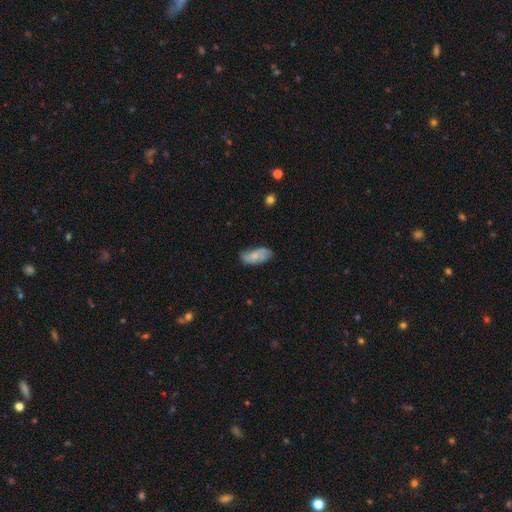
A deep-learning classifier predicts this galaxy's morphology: Smooth or featured: smooth — 63% (featured or disk — 30%)
How rounded: in between — 88% (cigar-shaped — 9%)
Merging: none — 66% (minor disturbance — 26%)